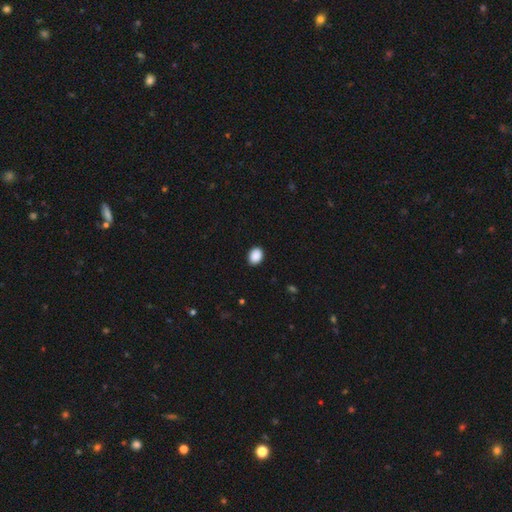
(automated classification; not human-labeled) A smooth galaxy with no disk features (90%) that is in between round and cigar-shaped (64%).

Vote fractions:
- Smooth or featured? smooth: 90% / star or artifact: 8% / featured or disk: 3%
- How rounded? in between: 64% / round: 35% / cigar-shaped: 1%
- Merging? none: 89% / minor disturbance: 8% / major disturbance: 2% / merger: 1%